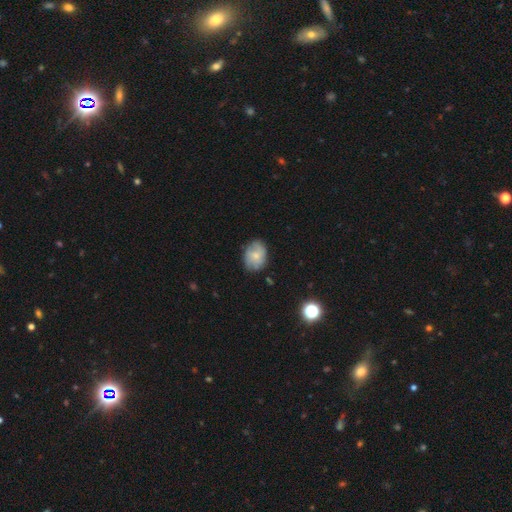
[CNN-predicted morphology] smooth-or-featured: smooth: 59% | featured or disk: 33% | star or artifact: 8%
  how-rounded: in between: 62% | round: 36% | cigar-shaped: 1%
  merging: none: 72% | minor disturbance: 21% | major disturbance: 5% | merger: 1%